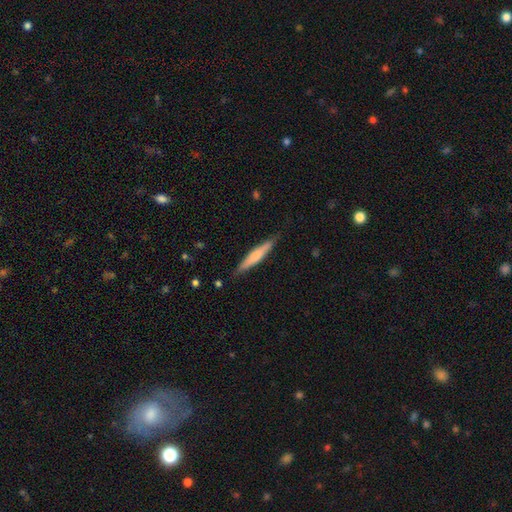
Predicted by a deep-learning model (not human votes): Overall: smooth (55%; featured or disk 39%). How rounded: cigar-shaped (91%). Merging: none (85%).